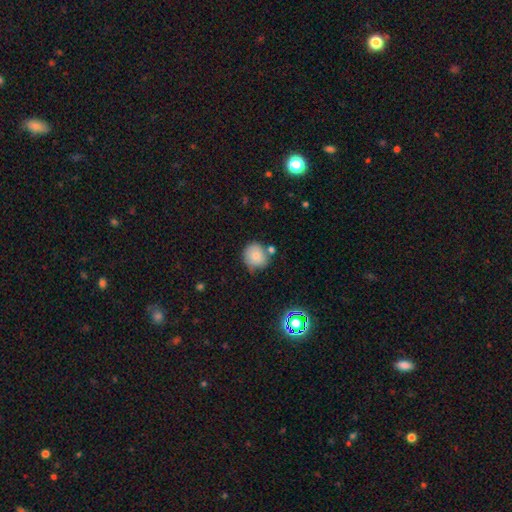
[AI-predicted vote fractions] Smooth or featured?
  - smooth: 81% *
  - star or artifact: 10%
  - featured or disk: 9%
How rounded?
  - round: 87% *
  - in between: 12%
  - cigar-shaped: 1%
Merging?
  - none: 62% *
  - minor disturbance: 20%
  - merger: 13%
  - major disturbance: 5%